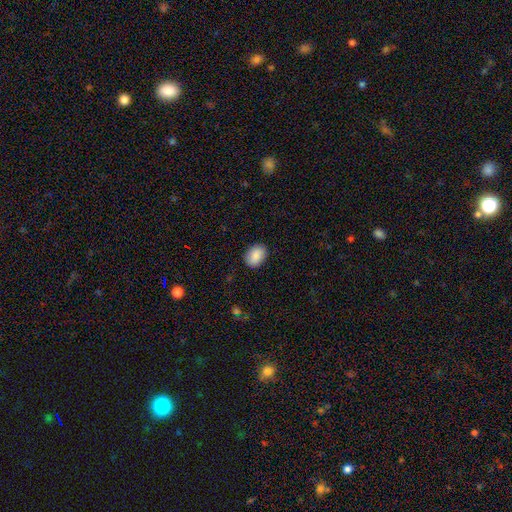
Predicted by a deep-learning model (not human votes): A smooth galaxy with no disk features (88%) that is in between round and cigar-shaped (76%).

Vote fractions:
- Smooth or featured? smooth: 88% / star or artifact: 7% / featured or disk: 5%
- How rounded? in between: 76% / round: 23% / cigar-shaped: 1%
- Merging? none: 88% / minor disturbance: 9% / major disturbance: 2% / merger: 1%